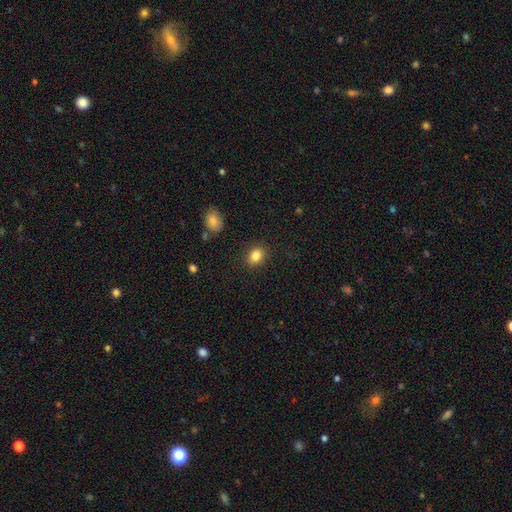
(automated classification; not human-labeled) Smooth or featured: smooth — 84% (star or artifact — 10%)
How rounded: in between — 52% (round — 47%)
Merging: none — 88% (minor disturbance — 8%)